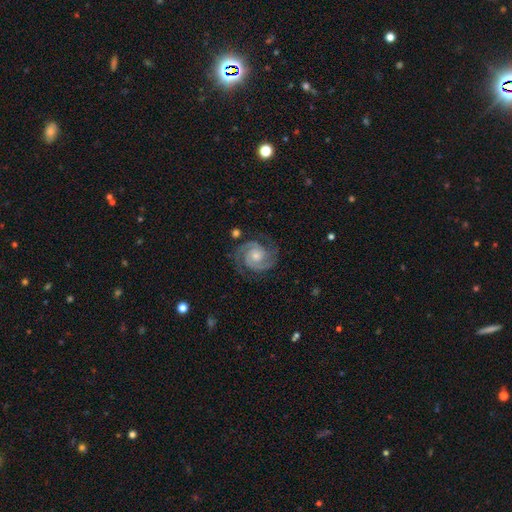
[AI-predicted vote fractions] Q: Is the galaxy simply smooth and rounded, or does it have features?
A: featured or disk — 91%.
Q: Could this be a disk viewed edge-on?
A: no — 98%.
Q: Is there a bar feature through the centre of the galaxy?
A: no — 70%.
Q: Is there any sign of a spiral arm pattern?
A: yes — 98%.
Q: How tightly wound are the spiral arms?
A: tight — 56%.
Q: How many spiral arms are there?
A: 2 — 88%.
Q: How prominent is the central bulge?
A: small — 51%.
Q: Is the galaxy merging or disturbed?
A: none — 81%.